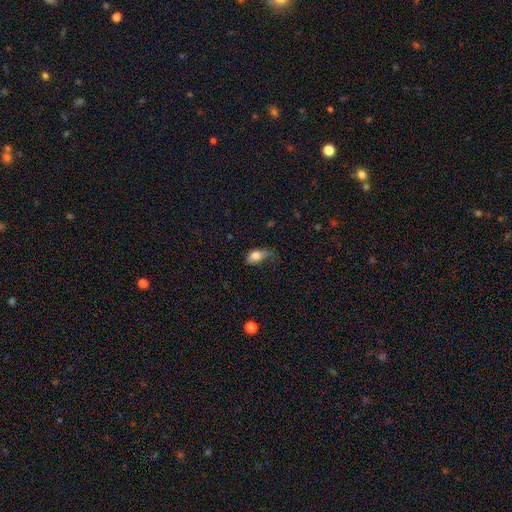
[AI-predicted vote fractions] This is likely a smooth galaxy (79%). How rounded: clearly in between (85%). Merging: marginally minor disturbance (39%).